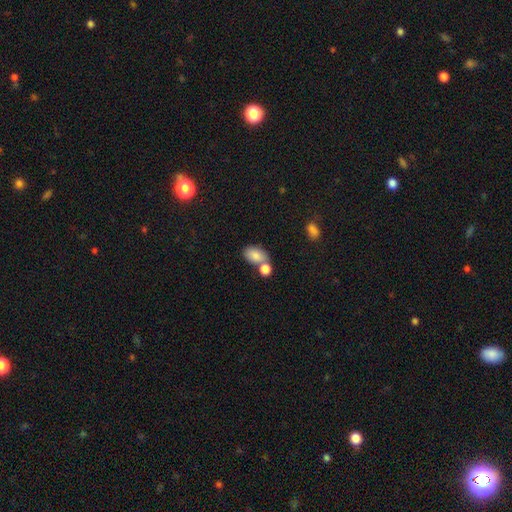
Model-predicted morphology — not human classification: The model was most divided on "merging": none: 47%, merger: 35%, minor disturbance: 13%, major disturbance: 5%. More confident: how rounded — in between (87%); smooth or featured — smooth (82%).